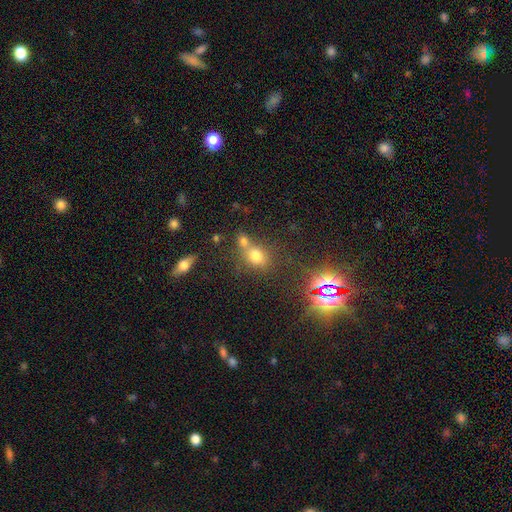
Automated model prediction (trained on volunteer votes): The model was most divided on "merging": none: 43%, merger: 42%, minor disturbance: 10%, major disturbance: 5%. More confident: smooth or featured — smooth (68%); how rounded — round (58%).